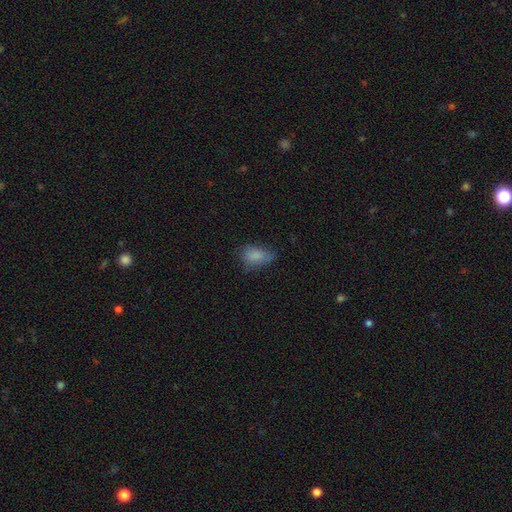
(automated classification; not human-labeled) This is likely a smooth galaxy (80%). How rounded: clearly in between (89%). Merging: possibly none (49%).